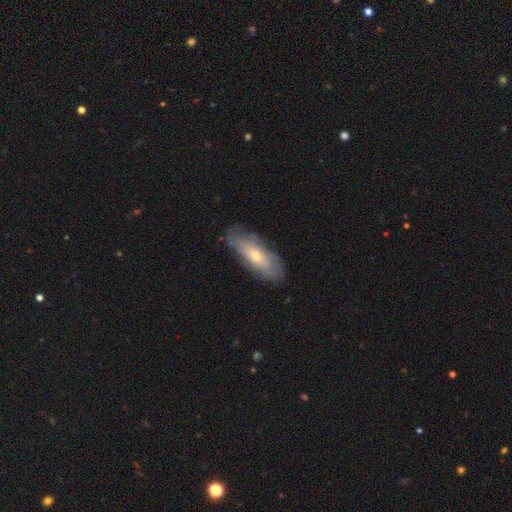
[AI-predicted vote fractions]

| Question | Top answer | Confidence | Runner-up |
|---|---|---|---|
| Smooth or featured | smooth | 51% | featured or disk (42%) |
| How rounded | in between | 70% | cigar-shaped (27%) |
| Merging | none | 76% | minor disturbance (18%) |